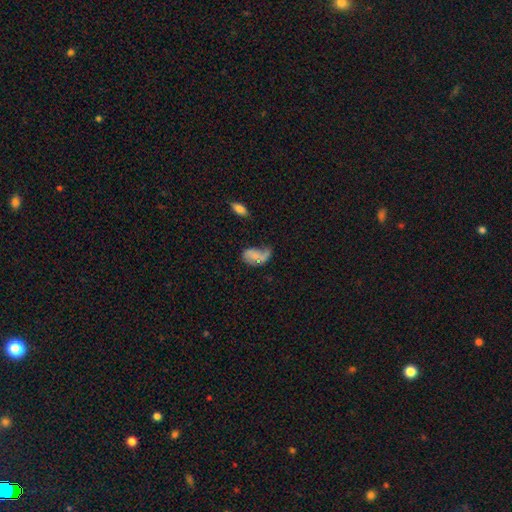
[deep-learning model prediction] A smooth galaxy with no disk features (54%) that is in between round and cigar-shaped (90%).

Vote fractions:
- Smooth or featured? smooth: 54% / featured or disk: 37% / star or artifact: 10%
- How rounded? in between: 90% / round: 8% / cigar-shaped: 2%
- Merging? major disturbance: 32% / minor disturbance: 28% / none: 27% / merger: 13%